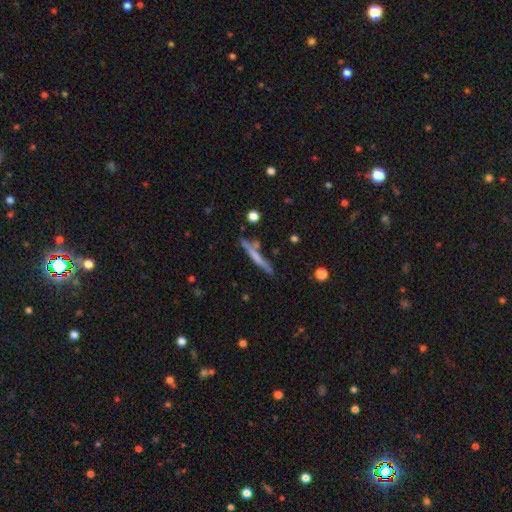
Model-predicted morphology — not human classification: Q: Smooth or featured?
A: smooth (54%); runner-up: featured or disk (38%)
Q: How rounded?
A: cigar-shaped (95%); runner-up: in between (4%)
Q: Merging?
A: none (74%); runner-up: minor disturbance (15%)